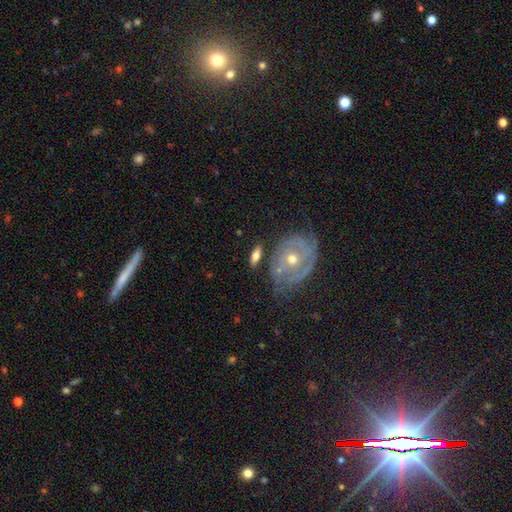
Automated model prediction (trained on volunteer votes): This appears to be a smooth galaxy with no disk features (52%) that is in between round and cigar-shaped (69%). Merging: none (71%).